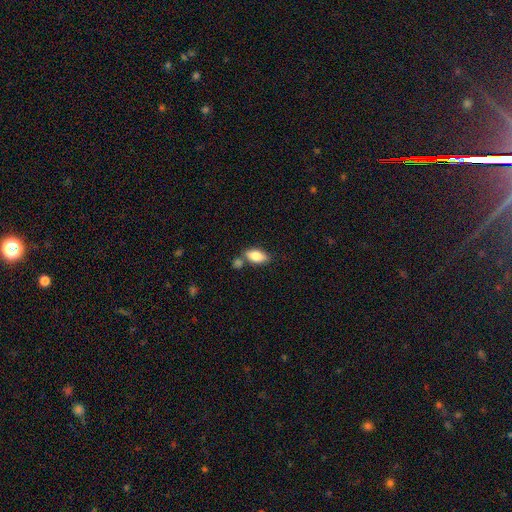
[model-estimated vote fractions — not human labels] A smooth galaxy with no disk features (81%) that is in between round and cigar-shaped (89%).

Vote fractions:
- Smooth or featured? smooth: 81% / featured or disk: 12% / star or artifact: 7%
- How rounded? in between: 89% / cigar-shaped: 7% / round: 4%
- Merging? none: 66% / merger: 17% / minor disturbance: 13% / major disturbance: 3%